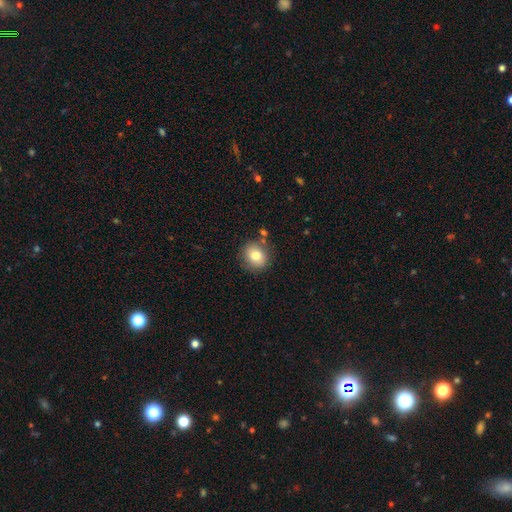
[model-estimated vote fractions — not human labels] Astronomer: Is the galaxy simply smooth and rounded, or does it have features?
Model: smooth — 78%.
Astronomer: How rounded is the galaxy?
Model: round — 82%.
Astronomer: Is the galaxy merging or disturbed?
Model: none — 81%.